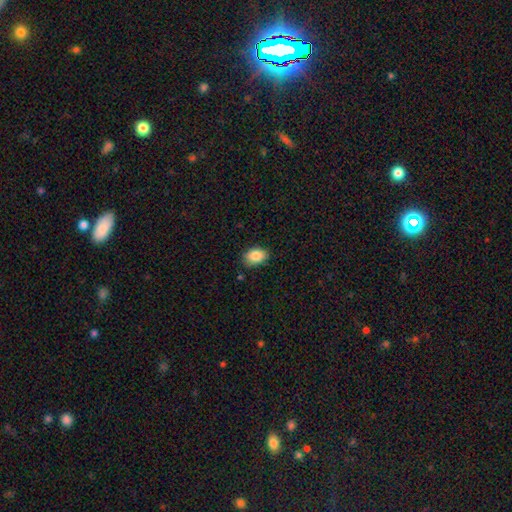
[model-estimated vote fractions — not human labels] Smooth or featured? smooth (87%)
How rounded? in between (83%)
Merging? none (83%)